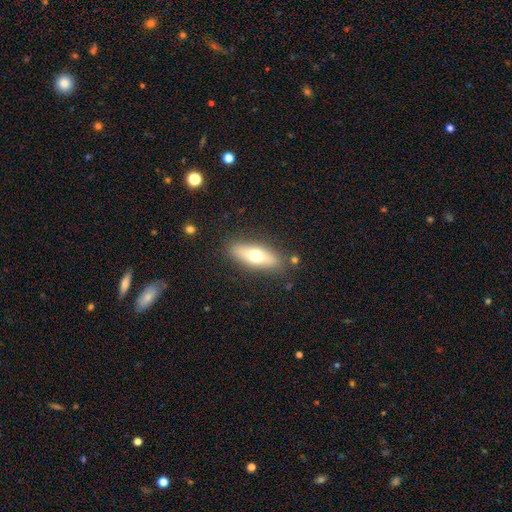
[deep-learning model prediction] Smooth or featured? smooth (59%)
How rounded? in between (52%)
Merging? none (85%)